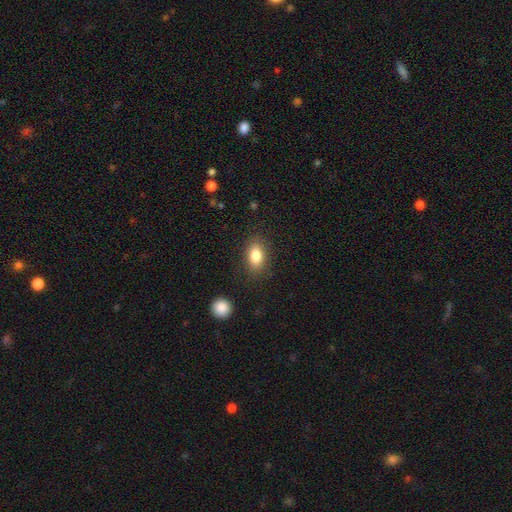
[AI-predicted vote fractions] smooth-or-featured: smooth: 83% | featured or disk: 9% | star or artifact: 8%
  how-rounded: in between: 85% | round: 13% | cigar-shaped: 3%
  merging: none: 84% | minor disturbance: 11% | major disturbance: 3% | merger: 2%